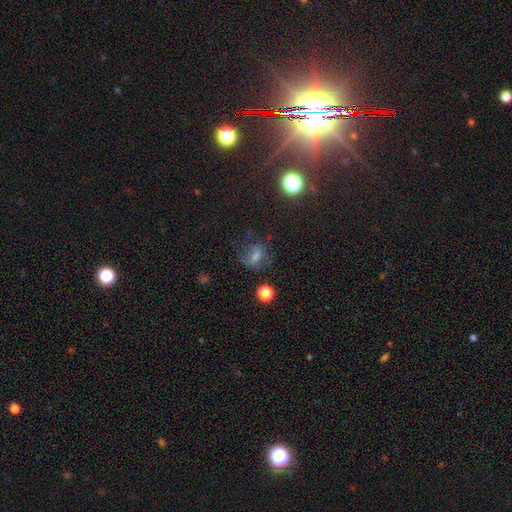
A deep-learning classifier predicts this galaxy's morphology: smooth_or_featured: smooth (p=0.41) [alt: star or artifact p=0.34]
merging: none (p=0.52) [alt: major disturbance p=0.22]